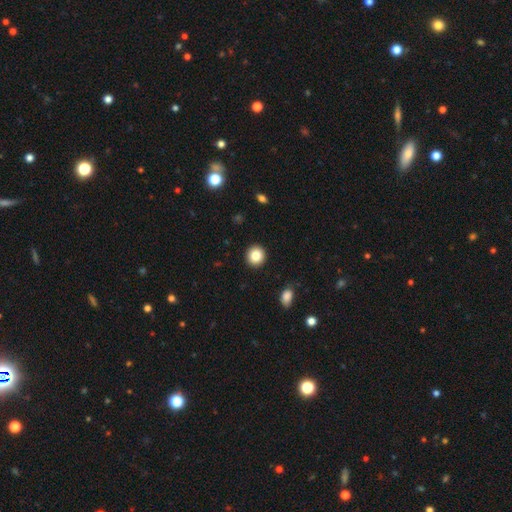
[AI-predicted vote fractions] This appears to be a smooth galaxy with no disk features (85%) that is round (90%). Merging: none (92%).